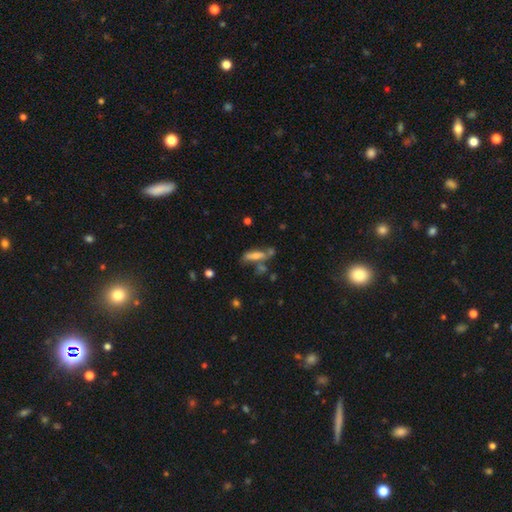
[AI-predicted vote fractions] A smooth galaxy with no disk features (57%) that is cigar-shaped (59%).

Vote fractions:
- Smooth or featured? smooth: 57% / featured or disk: 32% / star or artifact: 11%
- How rounded? cigar-shaped: 59% / in between: 38% / round: 3%
- Merging? none: 45% / merger: 22% / minor disturbance: 21% / major disturbance: 12%